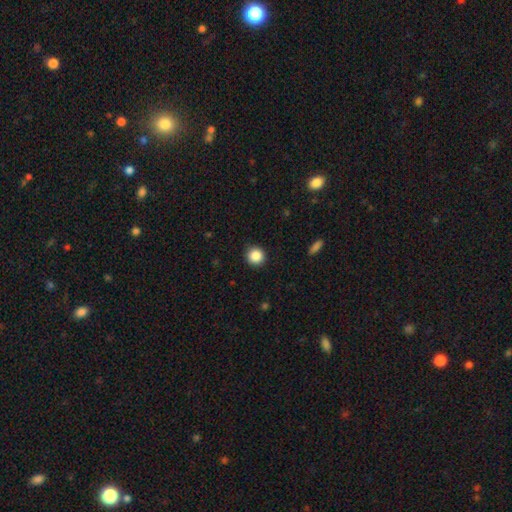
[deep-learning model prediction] Smooth or featured: smooth — 87% (star or artifact — 10%)
How rounded: round — 93% (in between — 6%)
Merging: none — 92% (minor disturbance — 5%)